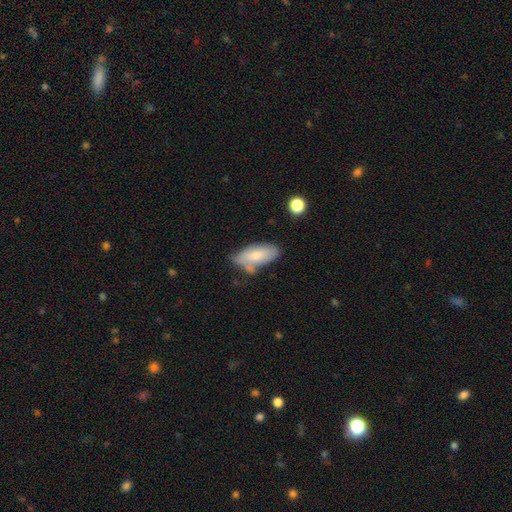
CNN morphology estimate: Q: Smooth or featured?
A: smooth (71%); runner-up: featured or disk (23%)
Q: How rounded?
A: in between (86%); runner-up: cigar-shaped (11%)
Q: Merging?
A: none (54%); runner-up: minor disturbance (27%)